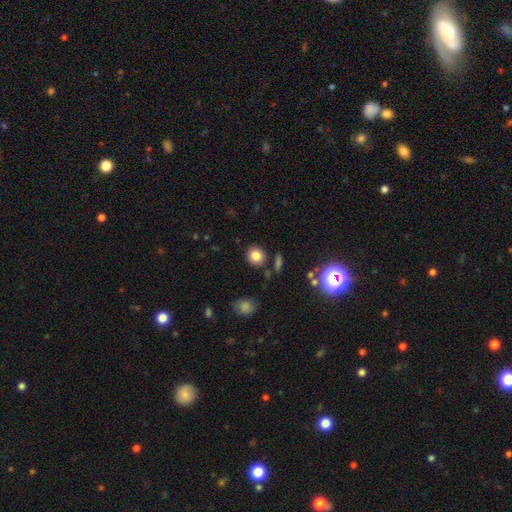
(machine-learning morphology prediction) type=smooth (82%); roundness=round (81%); merging=none (84%).